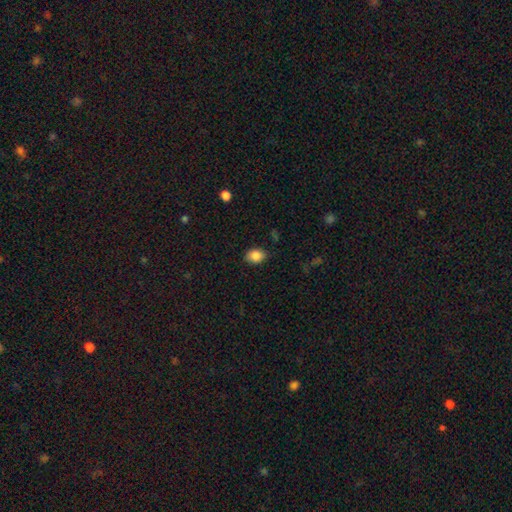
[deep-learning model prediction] This is clearly a smooth galaxy (87%). How rounded: likely in between (69%). Merging: clearly none (82%).